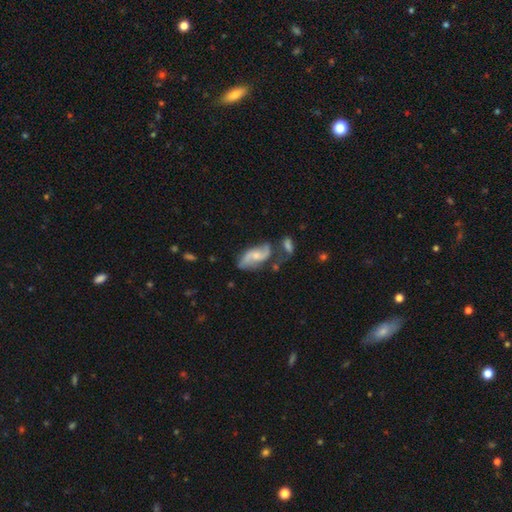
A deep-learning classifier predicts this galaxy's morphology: The model was most divided on "bulge size": small: 50%, moderate: 39%, none: 7%, large: 3%, dominant: 1%. More confident: edge-on disk — no (95%); spiral arms — yes (93%); spiral arm count — 2 (89%); smooth or featured — featured or disk (75%); spiral winding — loose (60%); bar — no (55%); merging — none (50%).